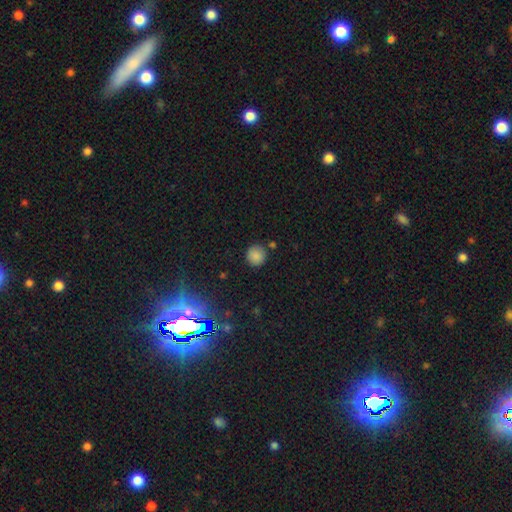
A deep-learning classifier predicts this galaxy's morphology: Smooth or featured? smooth (83%)
How rounded? round (93%)
Merging? none (86%)